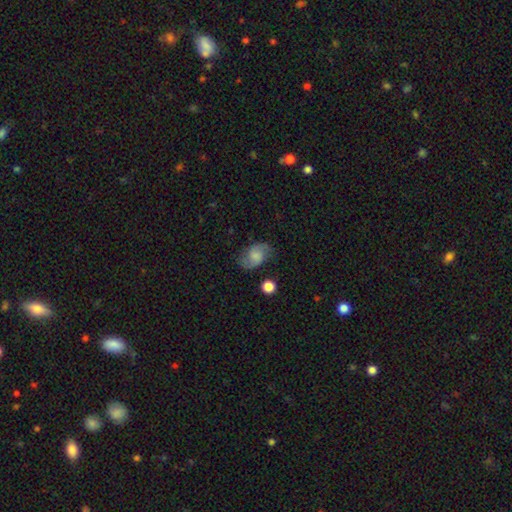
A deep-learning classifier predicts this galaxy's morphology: The model was most divided on "spiral winding": medium: 44%, loose: 42%, tight: 14%. Remaining: edge-on disk — no (97%); spiral arms — yes (91%); spiral arm count — 2 (90%); merging — none (72%); smooth or featured — featured or disk (57%); bar — no (56%); bulge size — none (43%).